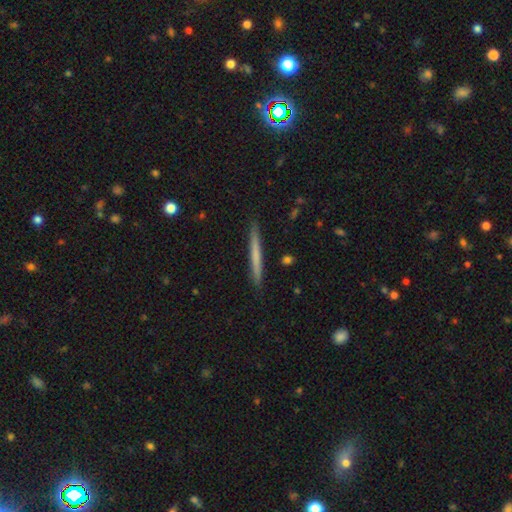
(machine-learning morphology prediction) This appears to be a smooth galaxy with no disk features (60%) that is cigar-shaped (97%). Merging: none (91%).